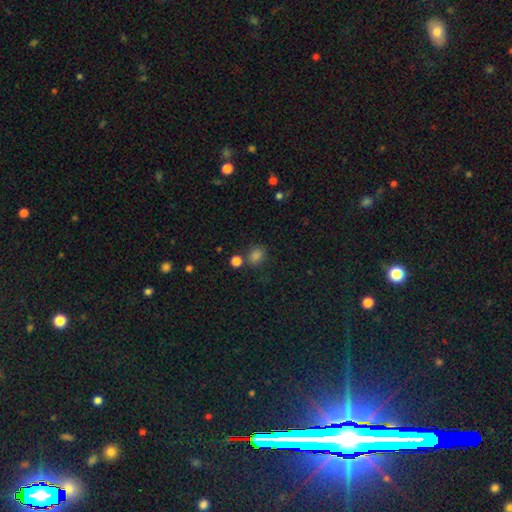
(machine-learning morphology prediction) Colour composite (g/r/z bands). It shows a smooth galaxy with no disk features (77%) that is round (51%). Merging: none (73%).